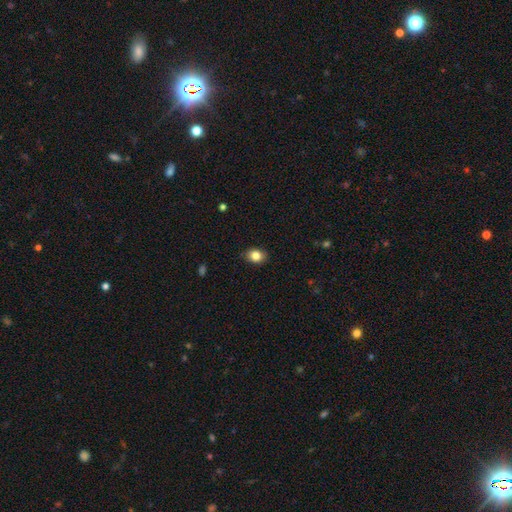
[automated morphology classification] This appears to be a smooth galaxy with no disk features (83%) that is in between round and cigar-shaped (59%). Merging: none (87%).